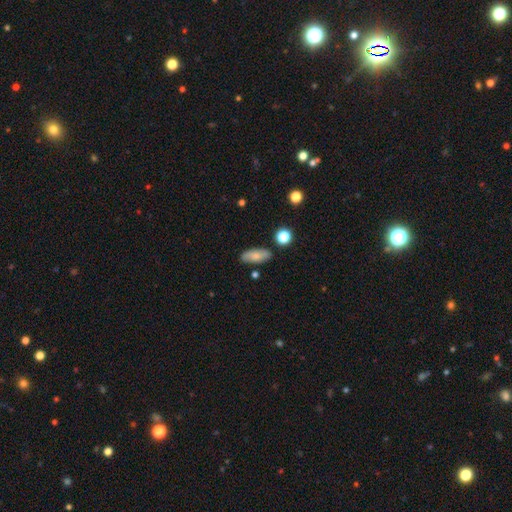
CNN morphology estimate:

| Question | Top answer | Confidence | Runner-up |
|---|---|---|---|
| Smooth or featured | smooth | 77% | featured or disk (15%) |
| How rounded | in between | 79% | cigar-shaped (17%) |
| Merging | none | 84% | minor disturbance (11%) |